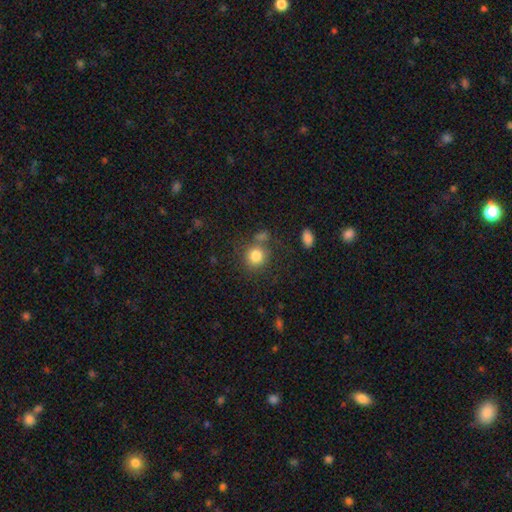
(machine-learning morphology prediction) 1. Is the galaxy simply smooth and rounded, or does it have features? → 82% smooth, 11% star or artifact, 7% featured or disk.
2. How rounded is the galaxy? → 87% round, 12% in between, 1% cigar-shaped.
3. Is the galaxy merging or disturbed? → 69% none, 14% merger, 12% minor disturbance, 6% major disturbance.